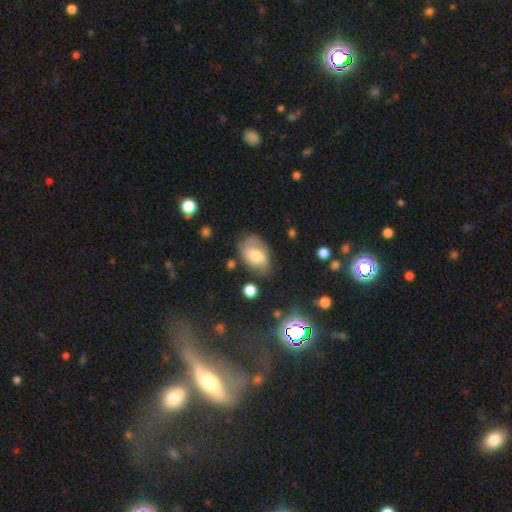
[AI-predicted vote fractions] Smooth or featured?
  - smooth: 62% *
  - featured or disk: 28%
  - star or artifact: 10%
How rounded?
  - in between: 86% *
  - round: 13%
  - cigar-shaped: 1%
Merging?
  - none: 63% *
  - minor disturbance: 25%
  - major disturbance: 9%
  - merger: 4%